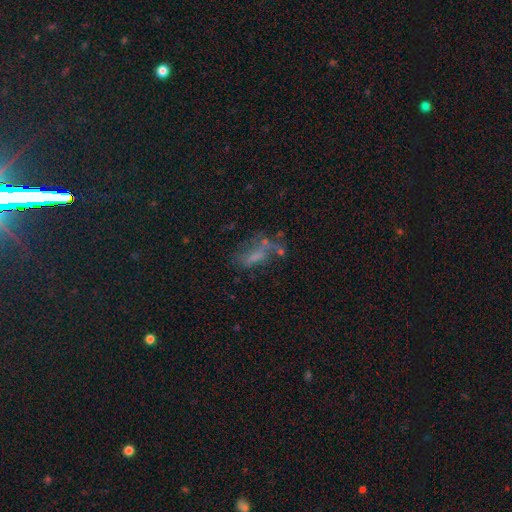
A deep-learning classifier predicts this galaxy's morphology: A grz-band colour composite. It shows a smooth galaxy with no disk features (40%, tied with featured or disk). Merging: none (34%).